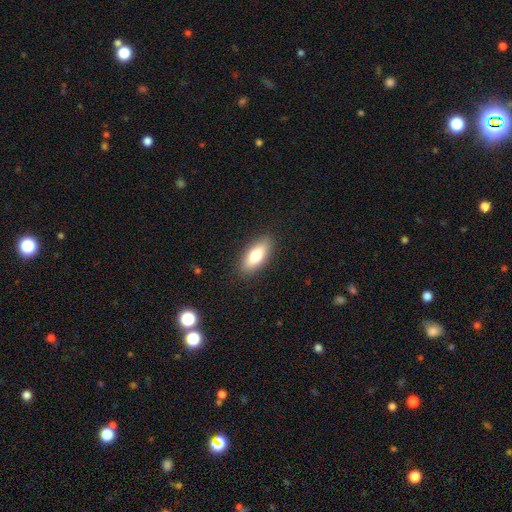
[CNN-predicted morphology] Q: Smooth or featured?
A: smooth (76%); runner-up: featured or disk (18%)
Q: How rounded?
A: in between (77%); runner-up: cigar-shaped (20%)
Q: Merging?
A: none (88%); runner-up: minor disturbance (8%)